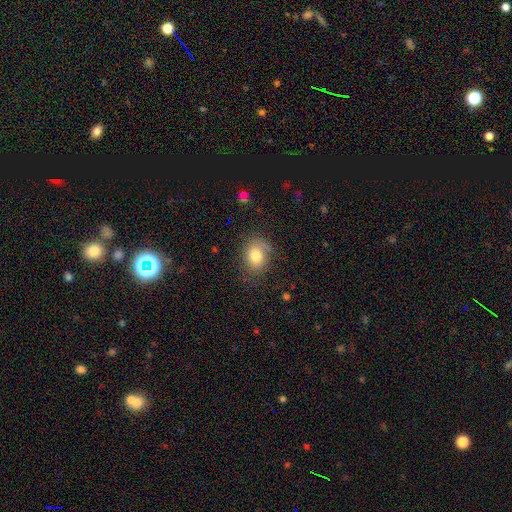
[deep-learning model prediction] Smooth or featured? smooth (79%)
How rounded? in between (53%)
Merging? none (65%)